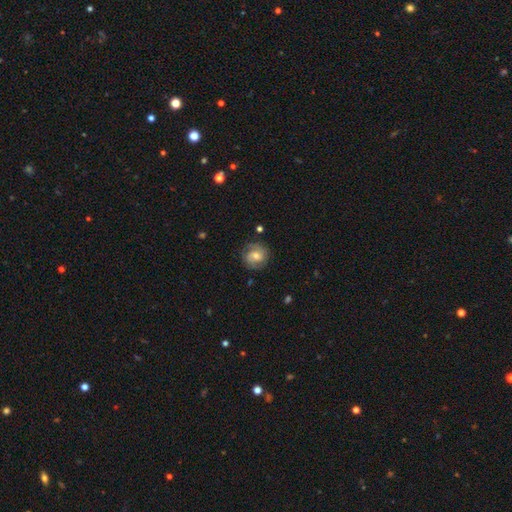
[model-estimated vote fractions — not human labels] smooth-or-featured: featured or disk: 57% | smooth: 34% | star or artifact: 8%
  disk-edge-on: no: 97% | yes: 3%
    bar: no: 51% | weak: 40% | strong: 10%
    has-spiral-arms: yes: 86% | no: 14%
    bulge-size: moderate: 57% | small: 32% | large: 7% | none: 3% | dominant: 1%
  merging: none: 79% | minor disturbance: 15% | major disturbance: 6% | merger: 1%